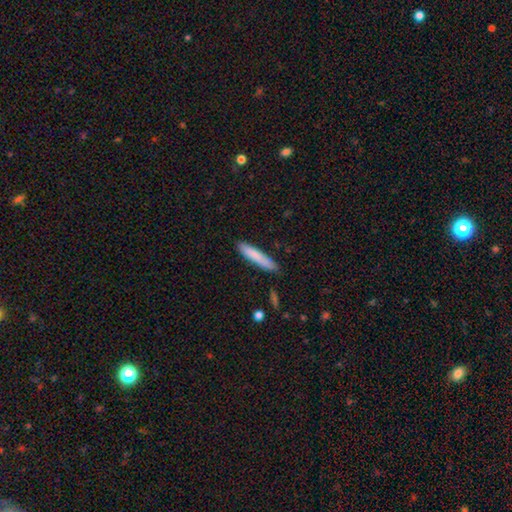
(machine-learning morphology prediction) Q: Smooth or featured?
A: smooth (82%); runner-up: featured or disk (12%)
Q: How rounded?
A: cigar-shaped (91%); runner-up: in between (8%)
Q: Merging?
A: none (85%); runner-up: minor disturbance (12%)